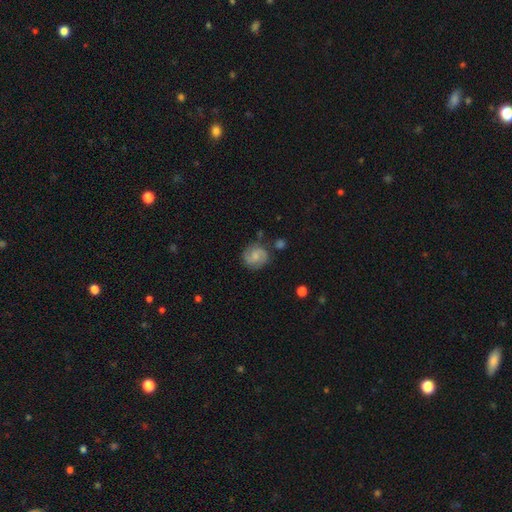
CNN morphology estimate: A featured or disk galaxy (65%) with no bar (50%), 2 (88%) medium (49%) spiral arms (94%) and a small central bulge (42%). Merging: none (79%).